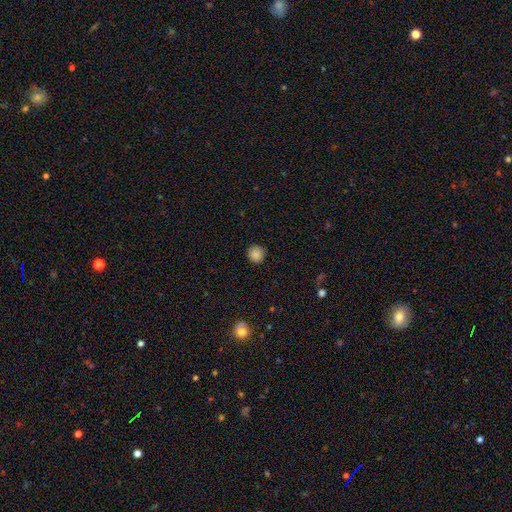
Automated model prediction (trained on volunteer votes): Overall: smooth (86%). How rounded: round (93%). Merging: none (89%).